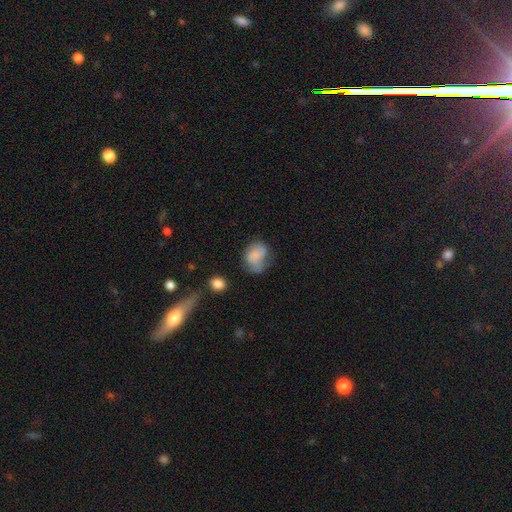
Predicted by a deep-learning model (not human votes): Morphology: type=smooth (72%); roundness=in between (61%); merging=none (35%).